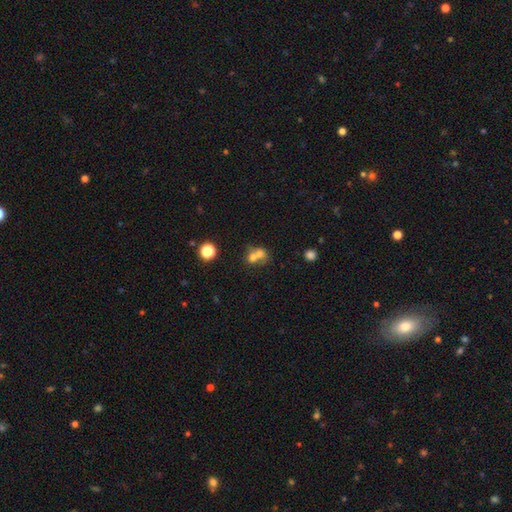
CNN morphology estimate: Smooth or featured?
  - smooth: 65% *
  - featured or disk: 21%
  - star or artifact: 14%
How rounded?
  - round: 68% *
  - in between: 31%
  - cigar-shaped: 1%
Merging?
  - merger: 66% *
  - none: 25%
  - minor disturbance: 6%
  - major disturbance: 4%